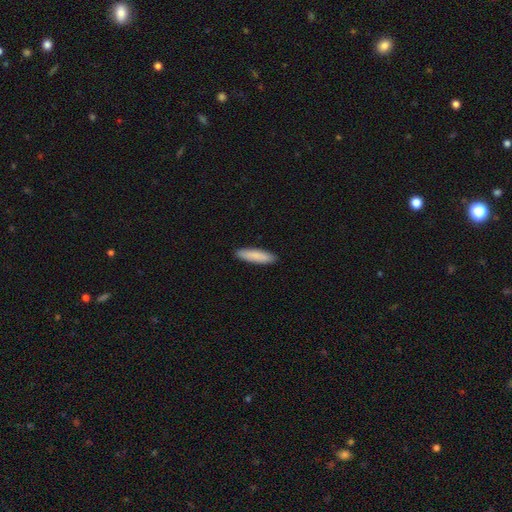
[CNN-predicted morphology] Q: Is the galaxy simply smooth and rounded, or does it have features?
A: smooth — 86%.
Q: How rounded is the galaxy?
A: cigar-shaped — 79%.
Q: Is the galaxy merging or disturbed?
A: none — 91%.